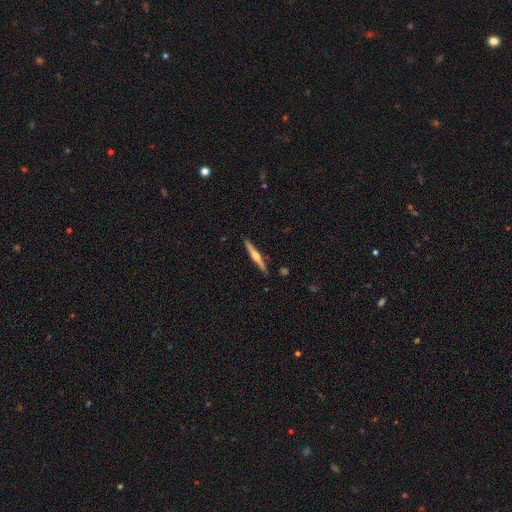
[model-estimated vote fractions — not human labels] Smooth or featured: featured or disk — 64% (smooth — 30%)
Edge-on disk: yes — 98% (no — 2%)
Edge-on bulge: rounded — 82% (none — 9%)
Merging: none — 89% (minor disturbance — 8%)